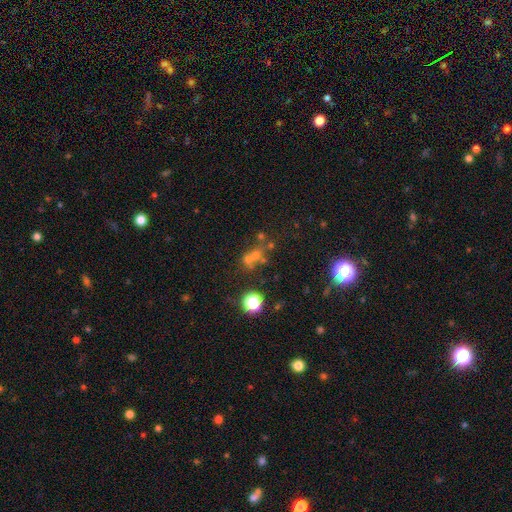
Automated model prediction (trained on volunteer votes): smooth-or-featured: smooth: 45% | star or artifact: 34% | featured or disk: 21%
  merging: none: 45% | merger: 41% | minor disturbance: 8% | major disturbance: 6%